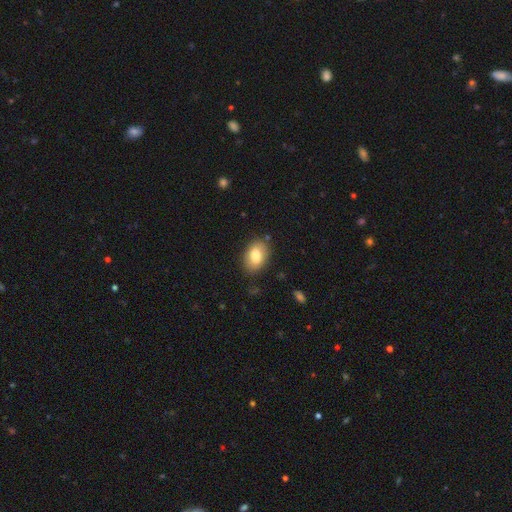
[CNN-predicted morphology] A smooth galaxy with no disk features (80%) that is in between round and cigar-shaped (84%).

Vote fractions:
- Smooth or featured? smooth: 80% / featured or disk: 13% / star or artifact: 8%
- How rounded? in between: 84% / round: 14% / cigar-shaped: 1%
- Merging? none: 83% / minor disturbance: 12% / major disturbance: 3% / merger: 2%